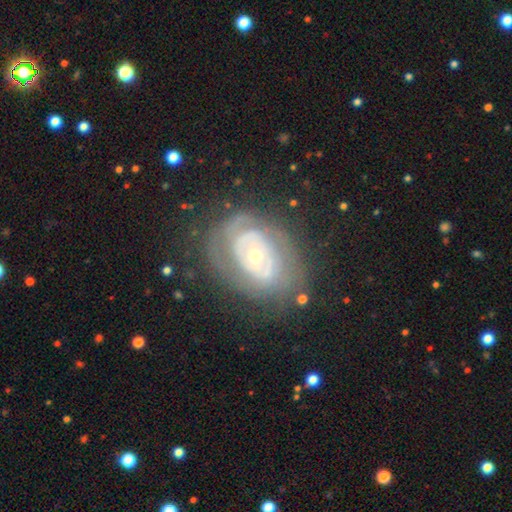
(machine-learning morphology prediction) smooth-or-featured: featured or disk: 77% | smooth: 16% | star or artifact: 7%
  disk-edge-on: no: 95% | yes: 5%
    bar: no: 76% | weak: 17% | strong: 7%
    has-spiral-arms: yes: 63% | no: 37%
    bulge-size: small: 54% | moderate: 41% | large: 3% | dominant: 1% | none: 1%
  merging: none: 67% | minor disturbance: 19% | major disturbance: 13% | merger: 2%